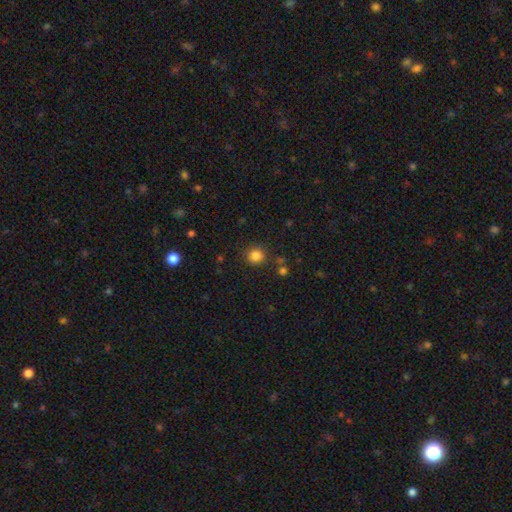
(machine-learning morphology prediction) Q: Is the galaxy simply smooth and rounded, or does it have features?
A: smooth — 83%.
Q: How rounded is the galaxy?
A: round — 92%.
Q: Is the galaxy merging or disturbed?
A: none — 84%.